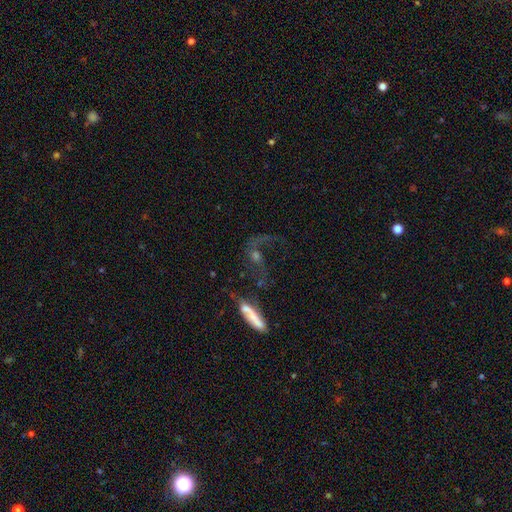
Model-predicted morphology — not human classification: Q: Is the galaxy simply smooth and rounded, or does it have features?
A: featured or disk — 62%.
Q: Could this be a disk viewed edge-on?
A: no — 88%.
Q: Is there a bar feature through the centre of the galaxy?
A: no — 67%.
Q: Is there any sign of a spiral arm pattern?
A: yes — 68%.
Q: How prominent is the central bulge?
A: moderate — 39%.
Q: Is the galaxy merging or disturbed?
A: major disturbance — 36%.